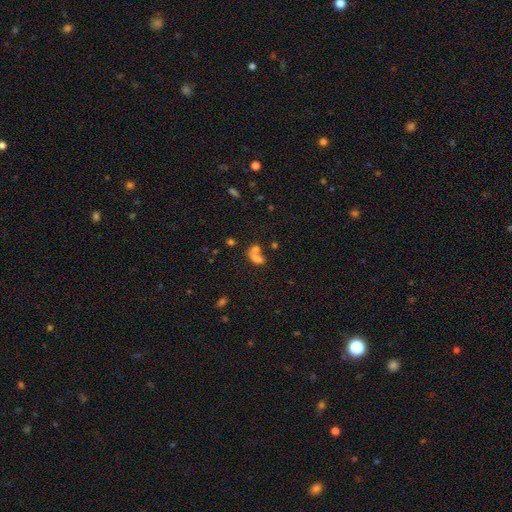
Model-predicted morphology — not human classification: smooth-or-featured: smooth: 69% | featured or disk: 17% | star or artifact: 14%
  how-rounded: in between: 75% | round: 17% | cigar-shaped: 8%
  merging: merger: 58% | none: 25% | minor disturbance: 9% | major disturbance: 8%